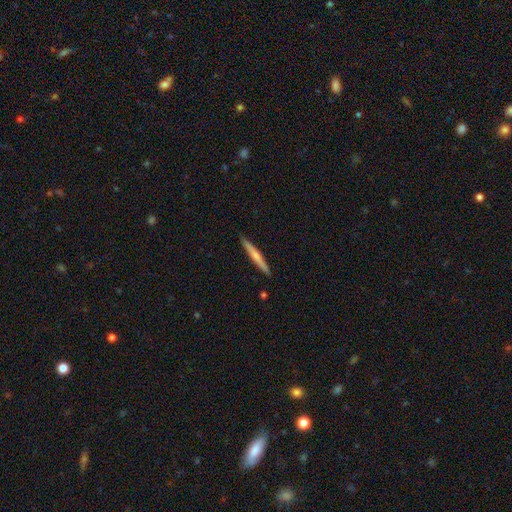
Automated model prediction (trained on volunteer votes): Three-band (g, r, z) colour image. It shows a smooth galaxy with no disk features (49%). Merging: none (91%).